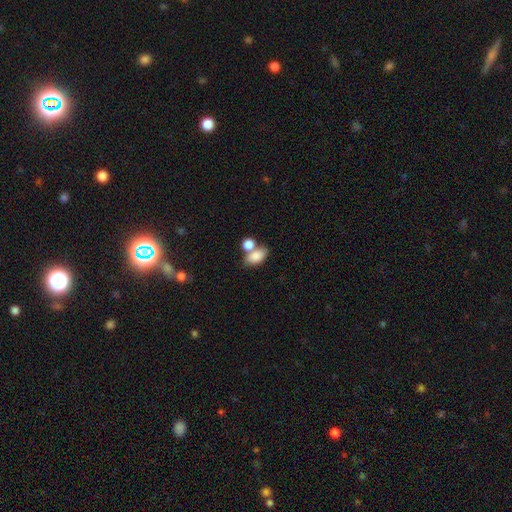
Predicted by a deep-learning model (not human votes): smooth_or_featured: smooth (p=0.83) [alt: featured or disk p=0.09]
how_rounded: in between (p=0.86) [alt: round p=0.12]
merging: merger (p=0.44) [alt: none p=0.40]